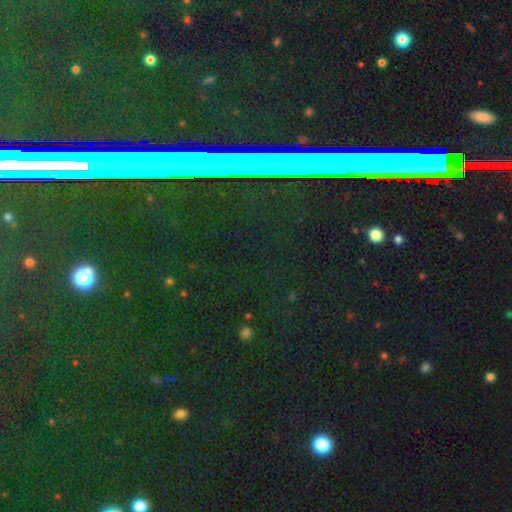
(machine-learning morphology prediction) smooth_or_featured: star or artifact (p=0.78) [alt: smooth p=0.12]